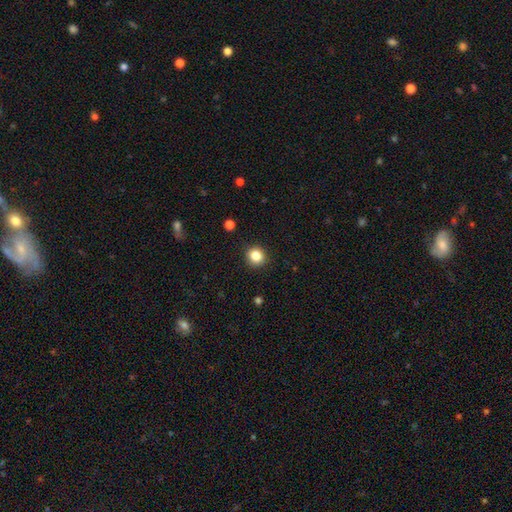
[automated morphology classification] A smooth galaxy with no disk features (84%) that is round (91%). Merging: none (91%).